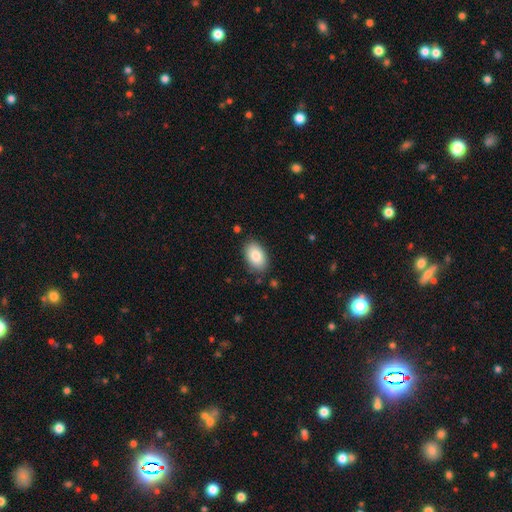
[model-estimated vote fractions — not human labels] The model was most divided on "merging": none: 84%, minor disturbance: 11%, major disturbance: 3%, merger: 2%. More confident: how rounded — in between (92%); smooth or featured — smooth (85%).